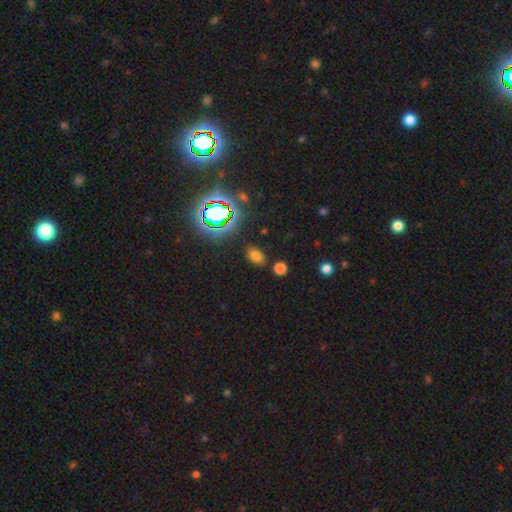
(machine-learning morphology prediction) Q: Smooth or featured?
A: smooth (69%); runner-up: star or artifact (24%)
Q: How rounded?
A: in between (83%); runner-up: round (15%)
Q: Merging?
A: none (83%); runner-up: minor disturbance (10%)